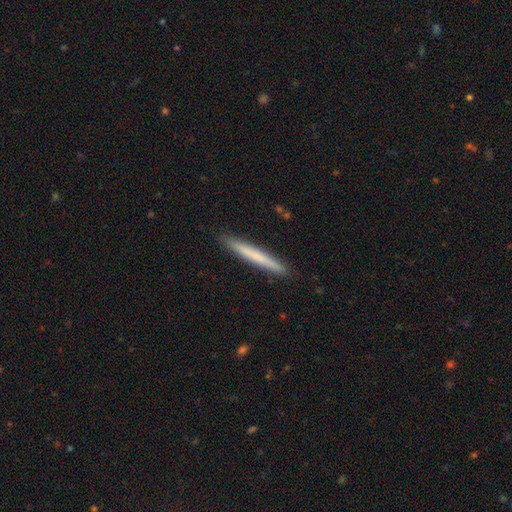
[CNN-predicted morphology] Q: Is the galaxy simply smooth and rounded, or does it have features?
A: smooth — 65%.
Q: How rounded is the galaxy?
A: cigar-shaped — 97%.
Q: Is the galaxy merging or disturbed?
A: none — 92%.